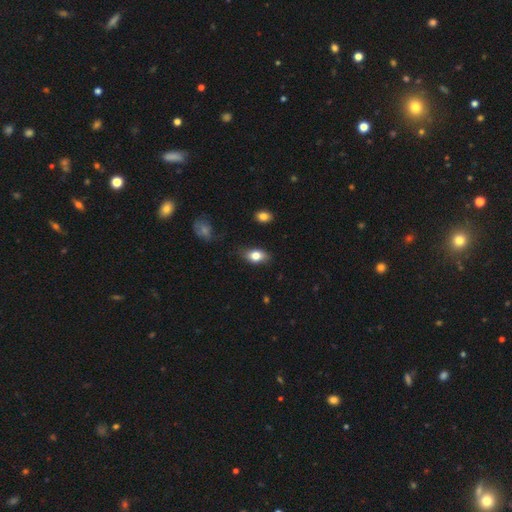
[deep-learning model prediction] smooth_or_featured: smooth (p=0.78) [alt: featured or disk p=0.15]
how_rounded: in between (p=0.86) [alt: round p=0.10]
merging: none (p=0.78) [alt: minor disturbance p=0.17]